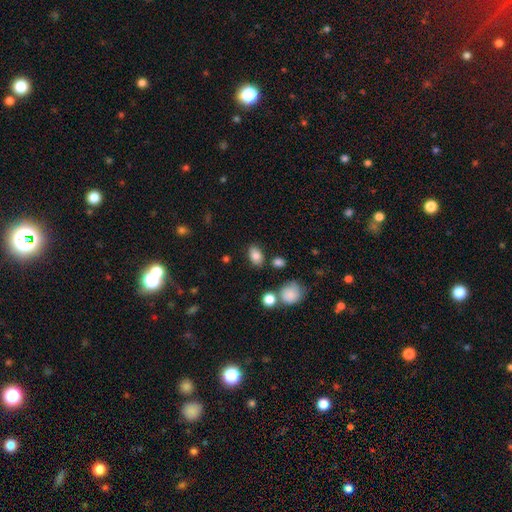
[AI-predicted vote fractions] Overall: smooth (81%). How rounded: in between (85%). Merging: none (78%).